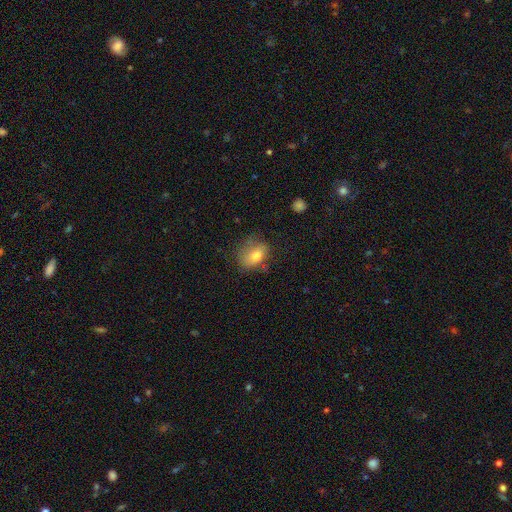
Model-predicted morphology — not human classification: A smooth galaxy with no disk features (76%) that is in between round and cigar-shaped (75%). Merging: none (59%).